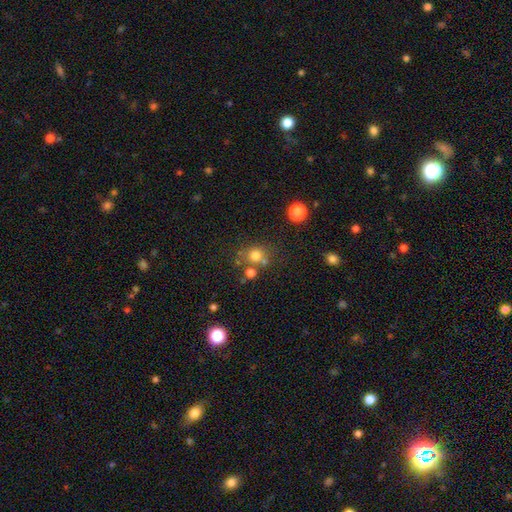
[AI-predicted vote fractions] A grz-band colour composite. It shows a smooth galaxy with no disk features (74%) that is round (85%). Merging: none (64%).